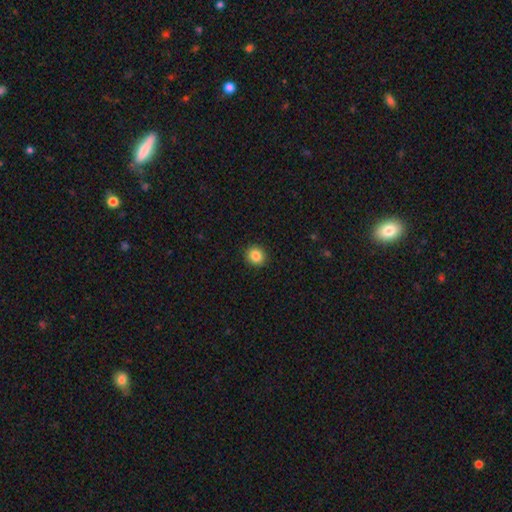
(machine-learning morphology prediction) Smooth or featured: smooth — 86% (star or artifact — 10%)
How rounded: round — 85% (in between — 14%)
Merging: none — 92% (minor disturbance — 5%)